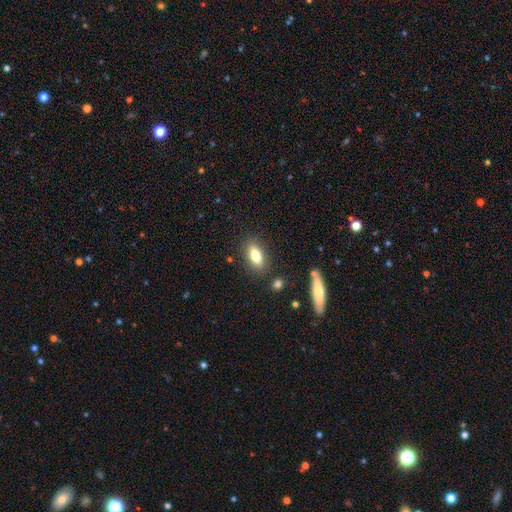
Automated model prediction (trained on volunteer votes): Smooth or featured? Predicted: smooth (p=0.76). How rounded? Predicted: in between (p=0.78). Merging? Predicted: none (p=0.83).